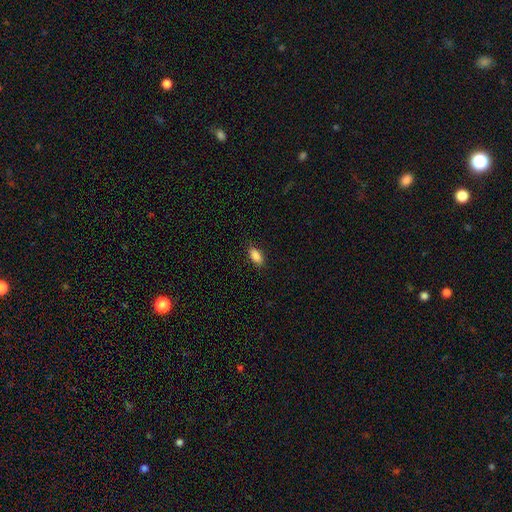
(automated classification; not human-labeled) Morphology: type=smooth (88%); roundness=in between (89%); merging=none (86%).